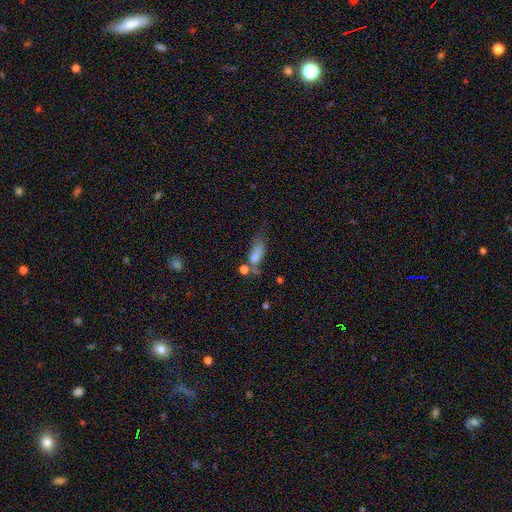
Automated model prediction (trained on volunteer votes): smooth 72%, featured or disk 16%, star or artifact 12%. Down the decision tree: how rounded — in between (73%); merging — none (31%).